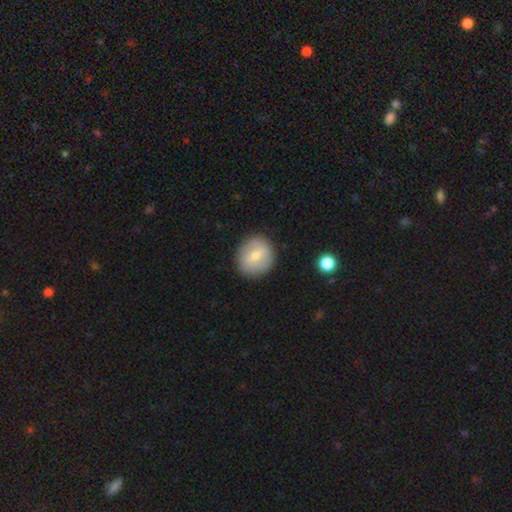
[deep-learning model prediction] smooth 60%, featured or disk 33%, star or artifact 7%. Down the decision tree: how rounded — round (84%); merging — none (87%).